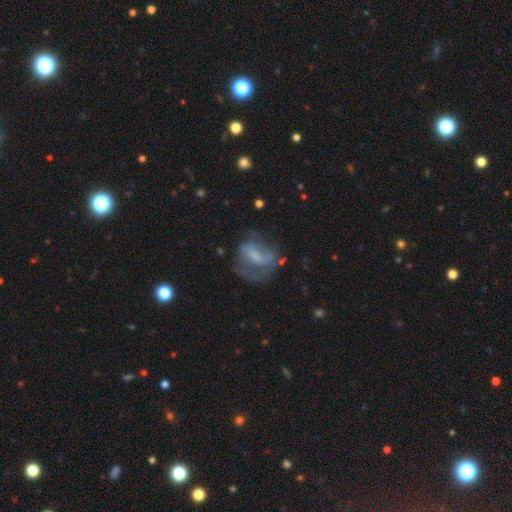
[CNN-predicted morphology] Smooth or featured? Predicted: featured or disk (p=0.53). Edge-on disk? Predicted: no (p=0.95). Bar? Predicted: weak (p=0.41). Spiral arms? Predicted: yes (p=0.58). Bulge size? Predicted: none (p=0.37). Merging? Predicted: none (p=0.42).